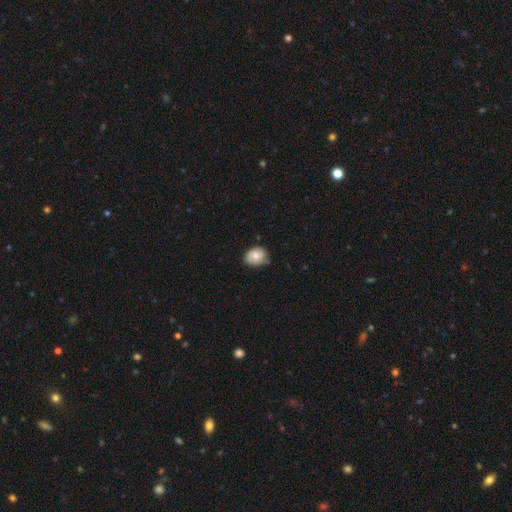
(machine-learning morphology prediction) This appears to be a smooth galaxy with no disk features (75%) that is in between round and cigar-shaped (51%). Merging: none (65%).